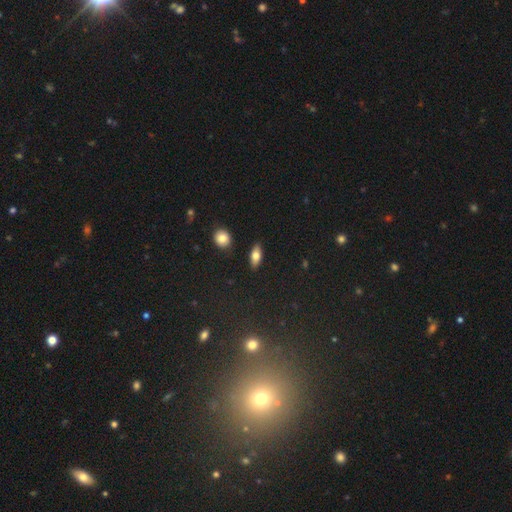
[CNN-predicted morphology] Q: Smooth or featured?
A: smooth (70%); runner-up: featured or disk (23%)
Q: How rounded?
A: in between (80%); runner-up: cigar-shaped (15%)
Q: Merging?
A: none (87%); runner-up: minor disturbance (8%)